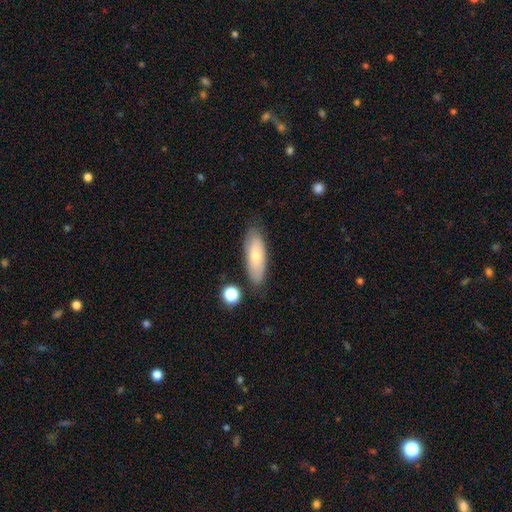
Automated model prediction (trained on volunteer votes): A smooth galaxy with no disk features (65%) that is in between round and cigar-shaped (62%). Merging: none (80%).